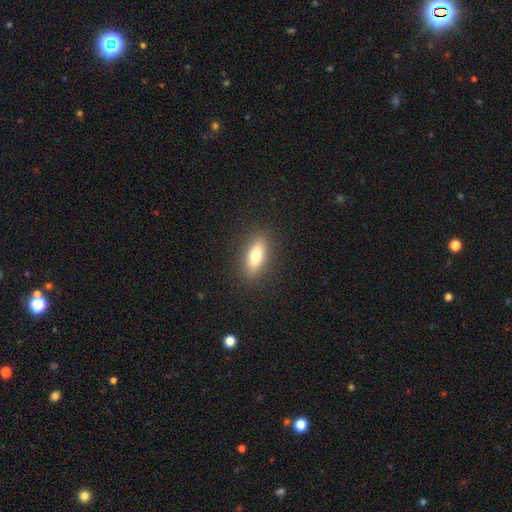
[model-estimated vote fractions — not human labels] Q: Smooth or featured?
A: smooth (73%); runner-up: featured or disk (19%)
Q: How rounded?
A: in between (67%); runner-up: cigar-shaped (28%)
Q: Merging?
A: none (89%); runner-up: minor disturbance (8%)